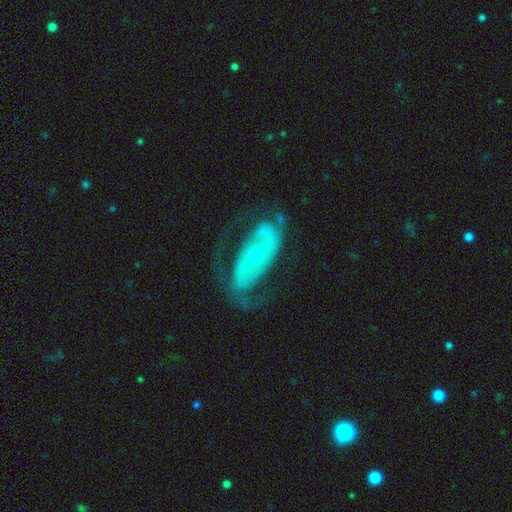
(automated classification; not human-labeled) A featured or disk galaxy (82%) with no bar (38%), 2 (76%) medium (45%) spiral arms (82%) and a small central bulge (66%).

Vote fractions:
- Smooth or featured? featured or disk: 82% / smooth: 13% / star or artifact: 6%
- Edge-on disk? no: 93% / yes: 7%
- Bar? no: 38% / strong: 32% / weak: 30%
- Spiral arms? yes: 82% / no: 18%
- Spiral winding? medium: 45% / tight: 30% / loose: 25%
- Spiral arm count? 2: 76% / can't tell: 13% / 1: 5% / 3: 3% / 4: 1% / more than 4: 1%
- Bulge size? small: 66% / moderate: 31% / large: 2% / none: 1% / dominant: 1%
- Merging? none: 59% / major disturbance: 21% / minor disturbance: 18% / merger: 2%